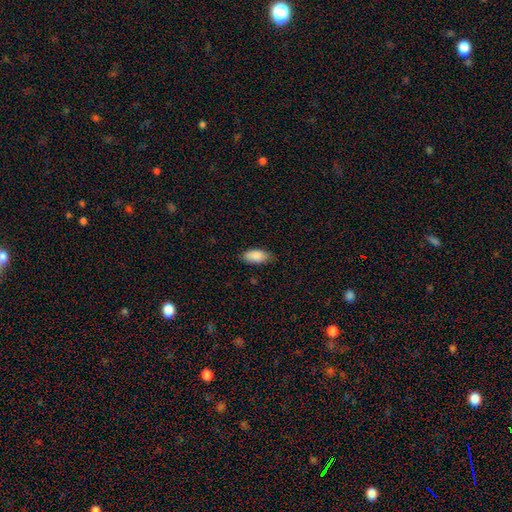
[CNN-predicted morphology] type=smooth (88%); roundness=in between (91%); merging=none (79%).